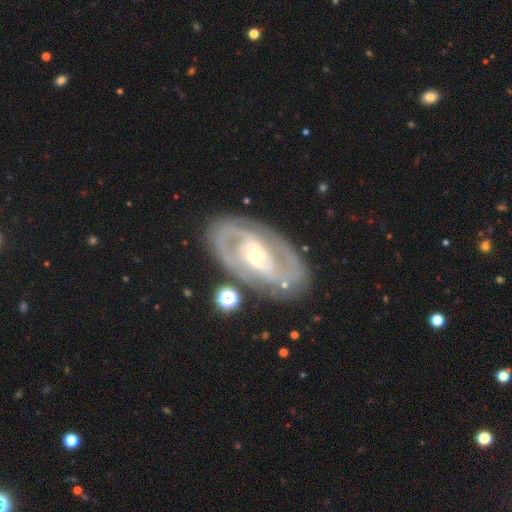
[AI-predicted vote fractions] Morphology: type=featured or disk (88%); edge-on=no (95%); bar=weak (38%); spiral arms=yes (92%); winding=tight (48%); arm count=2 (74%); bulge=small (52%); merging=none (78%).